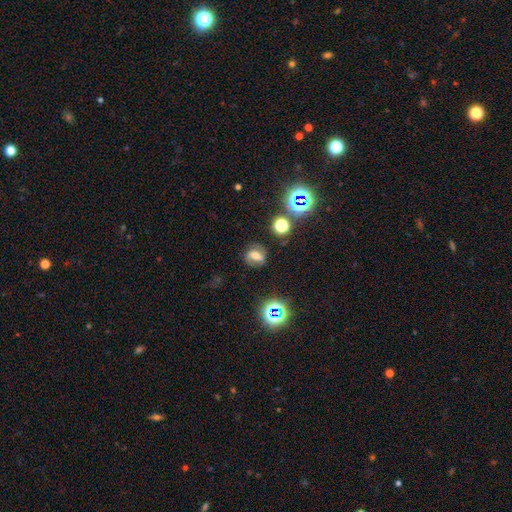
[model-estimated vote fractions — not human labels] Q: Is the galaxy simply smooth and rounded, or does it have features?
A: featured or disk — 40%.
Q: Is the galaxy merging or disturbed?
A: none — 78%.